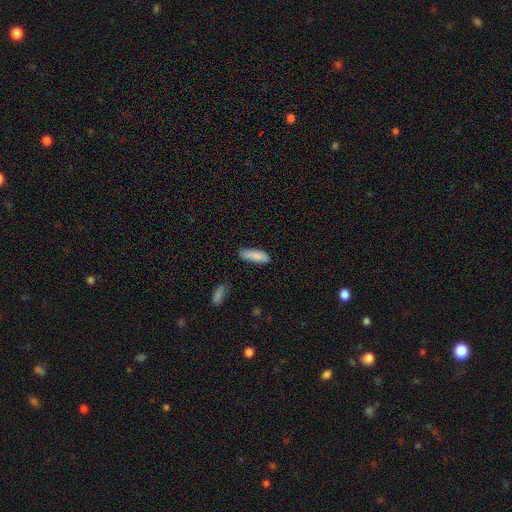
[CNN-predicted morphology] Q: Smooth or featured?
A: smooth (83%); runner-up: featured or disk (10%)
Q: How rounded?
A: in between (58%); runner-up: cigar-shaped (40%)
Q: Merging?
A: none (71%); runner-up: minor disturbance (21%)